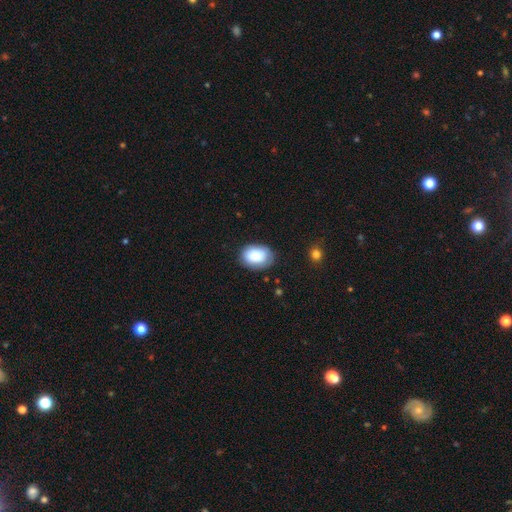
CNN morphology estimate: The model was most divided on "merging": none: 77%, minor disturbance: 17%, major disturbance: 4%, merger: 2%. More confident: smooth or featured — smooth (85%); how rounded — in between (80%).